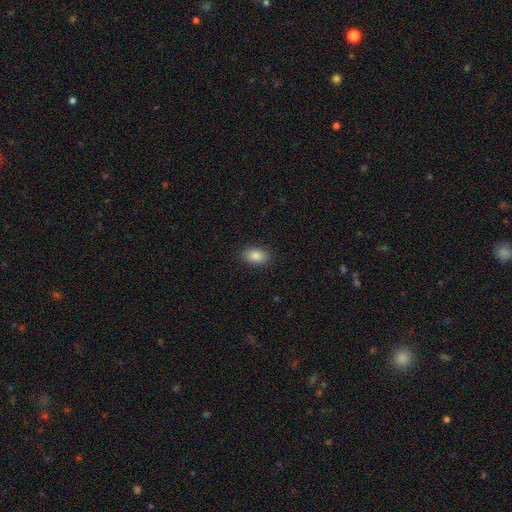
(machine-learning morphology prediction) Smooth or featured? Predicted: smooth (p=0.86). How rounded? Predicted: in between (p=0.89). Merging? Predicted: none (p=0.89).